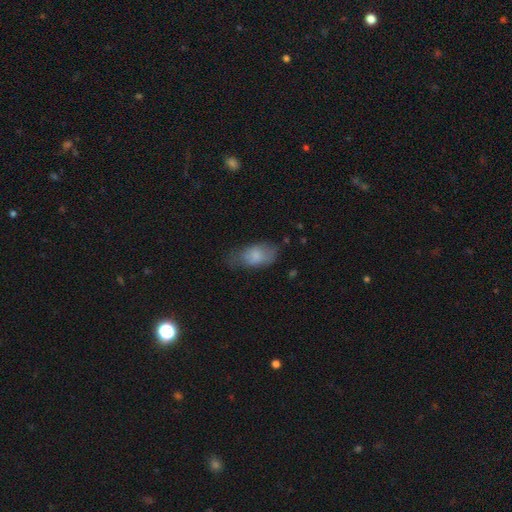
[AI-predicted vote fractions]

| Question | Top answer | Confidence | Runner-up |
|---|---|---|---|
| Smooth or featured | smooth | 76% | featured or disk (17%) |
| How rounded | in between | 91% | round (5%) |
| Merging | none | 49% | minor disturbance (33%) |